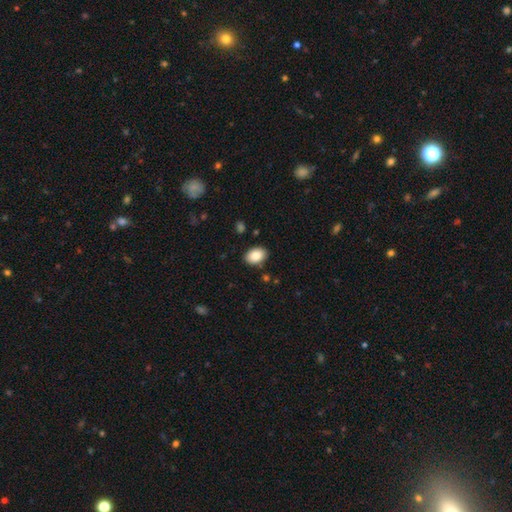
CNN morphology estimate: A smooth galaxy with no disk features (86%) that is in between round and cigar-shaped (82%). Merging: none (87%).